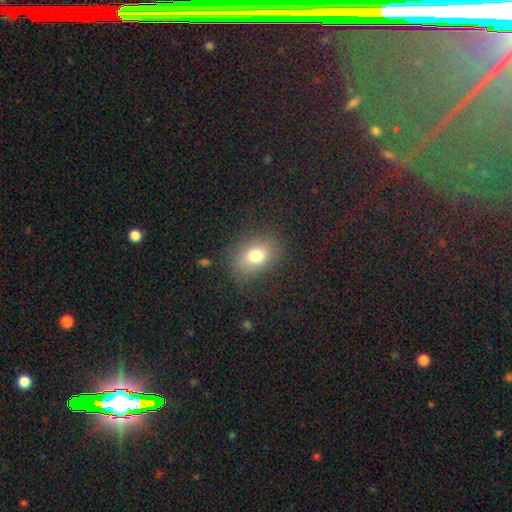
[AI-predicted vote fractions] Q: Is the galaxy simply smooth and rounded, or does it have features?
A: smooth — 76%.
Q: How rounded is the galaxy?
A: in between — 66%.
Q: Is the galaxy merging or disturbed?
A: none — 80%.